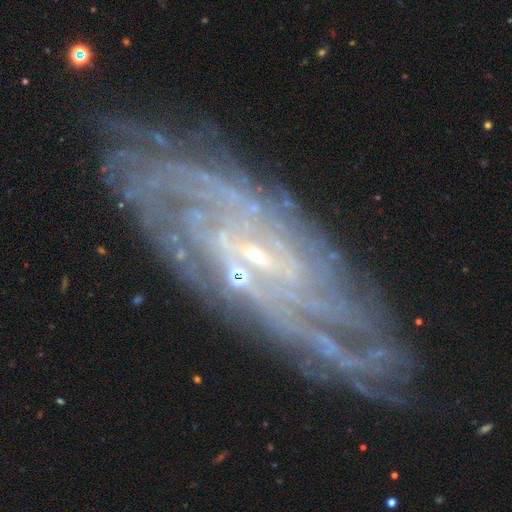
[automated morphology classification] Smooth or featured?
  - featured or disk: 86% *
  - star or artifact: 8%
  - smooth: 7%
Edge-on disk?
  - no: 89% *
  - yes: 11%
Bar?
  - no: 50% *
  - weak: 36%
  - strong: 14%
Spiral arms?
  - yes: 96% *
  - no: 4%
Spiral winding?
  - tight: 71% *
  - medium: 23%
  - loose: 6%
Spiral arm count?
  - can't tell: 34% *
  - more than 4: 17%
  - 2: 15%
  - 4: 14%
  - 3: 12%
  - 1: 8%
Bulge size?
  - small: 81% *
  - moderate: 12%
  - none: 5%
  - large: 1%
  - dominant: 1%
Merging?
  - none: 82% *
  - minor disturbance: 13%
  - major disturbance: 4%
  - merger: 2%